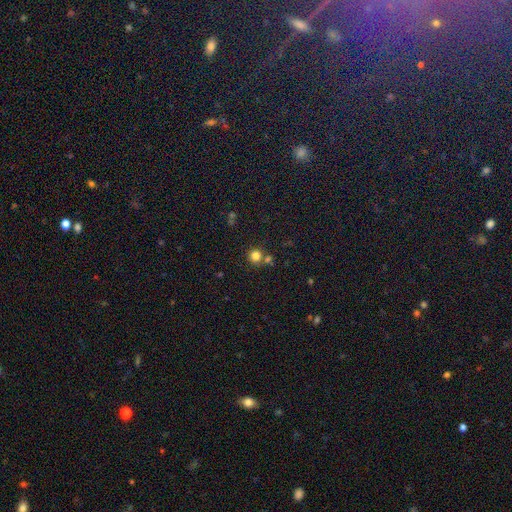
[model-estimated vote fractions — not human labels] smooth_or_featured: smooth (p=0.80) [alt: star or artifact p=0.14]
how_rounded: round (p=0.93) [alt: in between p=0.07]
merging: none (p=0.71) [alt: merger p=0.18]